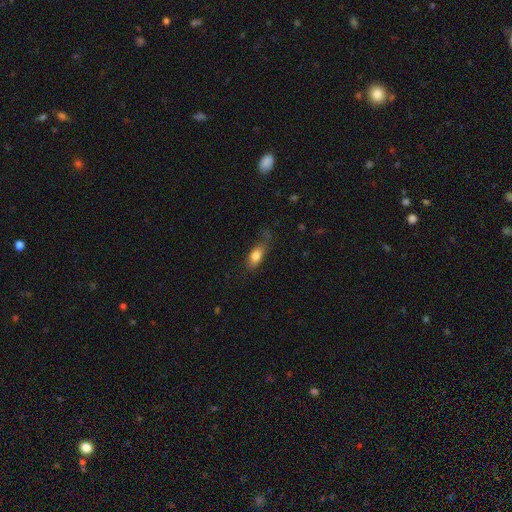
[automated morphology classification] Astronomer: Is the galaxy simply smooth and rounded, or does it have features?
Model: smooth — 79%.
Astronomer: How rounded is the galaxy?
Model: in between — 80%.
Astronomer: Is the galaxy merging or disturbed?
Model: none — 61%.